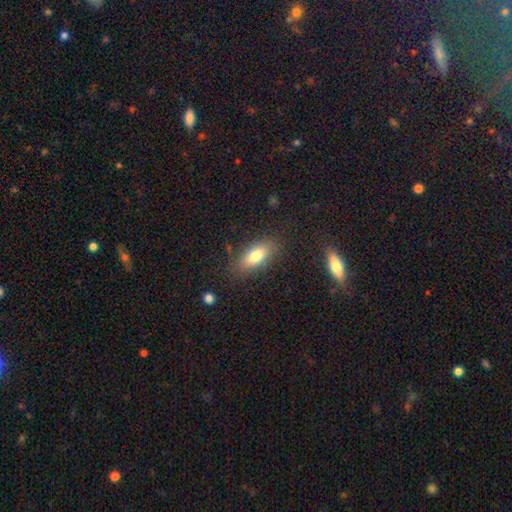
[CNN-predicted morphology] smooth-or-featured: smooth: 77% | featured or disk: 15% | star or artifact: 8%
  how-rounded: in between: 84% | cigar-shaped: 11% | round: 4%
  merging: none: 81% | minor disturbance: 13% | major disturbance: 4% | merger: 2%